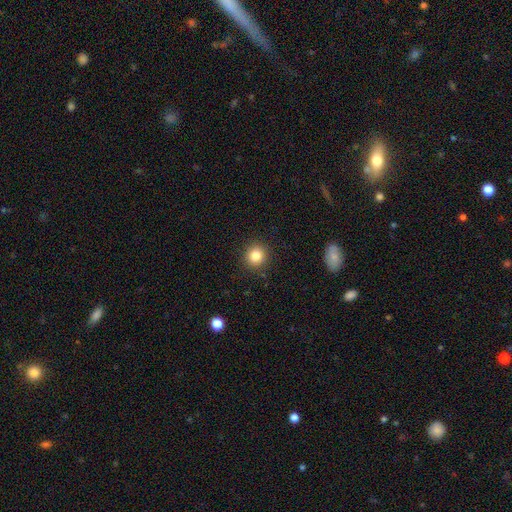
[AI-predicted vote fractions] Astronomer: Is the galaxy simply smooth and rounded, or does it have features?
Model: smooth — 84%.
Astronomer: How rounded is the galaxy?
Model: round — 92%.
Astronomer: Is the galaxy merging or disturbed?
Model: none — 91%.